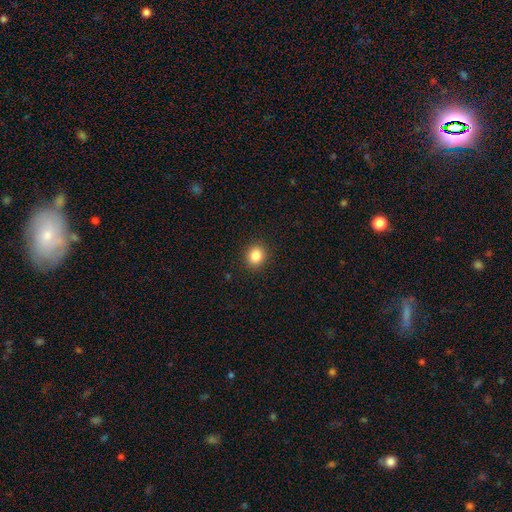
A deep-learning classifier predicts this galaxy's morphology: Q: Smooth or featured?
A: smooth (85%); runner-up: star or artifact (10%)
Q: How rounded?
A: round (77%); runner-up: in between (22%)
Q: Merging?
A: none (91%); runner-up: minor disturbance (6%)